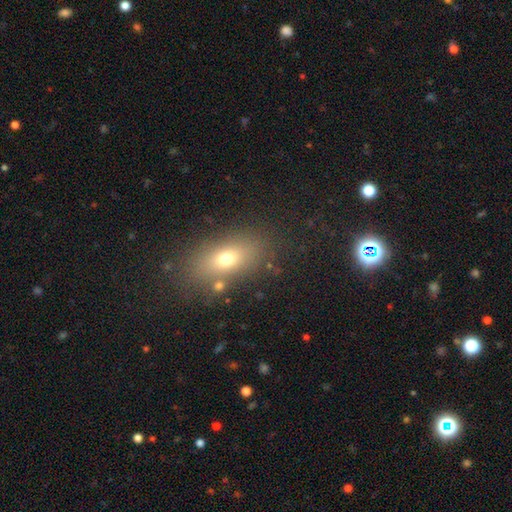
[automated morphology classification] Smooth or featured? Predicted: smooth (p=0.61). How rounded? Predicted: in between (p=0.77). Merging? Predicted: none (p=0.81).